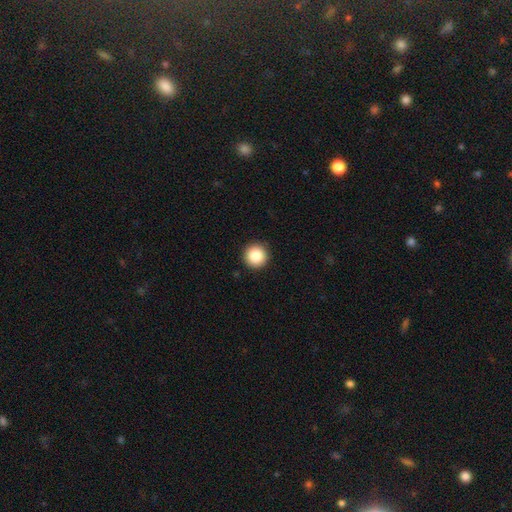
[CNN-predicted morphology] smooth 85%, star or artifact 9%, featured or disk 5%. Down the decision tree: how rounded — round (96%); merging — none (93%).